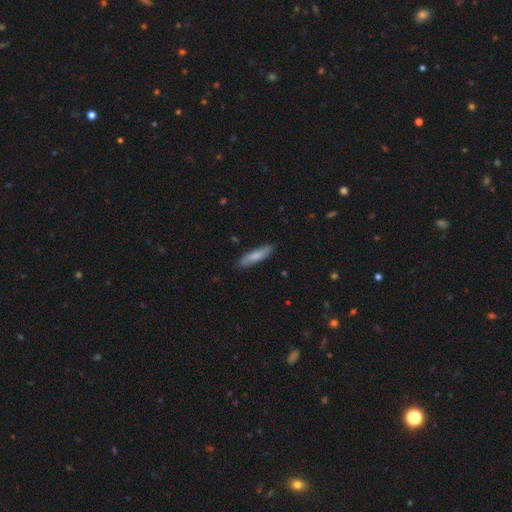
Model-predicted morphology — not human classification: A smooth galaxy with no disk features (80%) that is cigar-shaped (75%).

Vote fractions:
- Smooth or featured? smooth: 80% / featured or disk: 15% / star or artifact: 5%
- How rounded? cigar-shaped: 75% / in between: 24% / round: 1%
- Merging? none: 86% / minor disturbance: 11% / major disturbance: 2% / merger: 1%